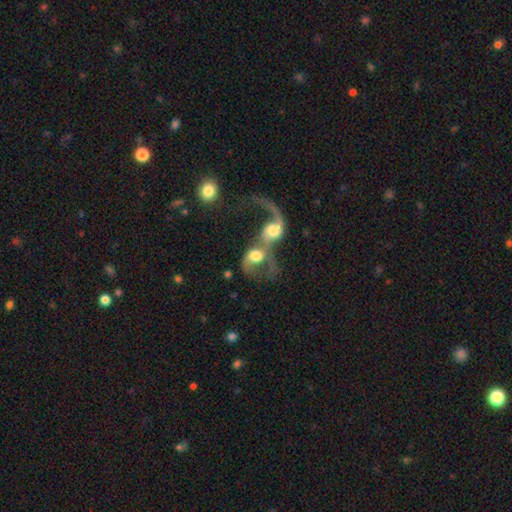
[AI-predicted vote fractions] A featured or disk galaxy (56%) with no bar (66%), spiral arms (71%) and a moderate central bulge (46%).

Vote fractions:
- Smooth or featured? featured or disk: 56% / smooth: 35% / star or artifact: 8%
- Edge-on disk? no: 95% / yes: 5%
- Bar? no: 66% / weak: 27% / strong: 7%
- Spiral arms? yes: 71% / no: 29%
- Bulge size? moderate: 46% / large: 34% / small: 10% / dominant: 6% / none: 5%
- Merging? merger: 84% / major disturbance: 8% / none: 5% / minor disturbance: 2%